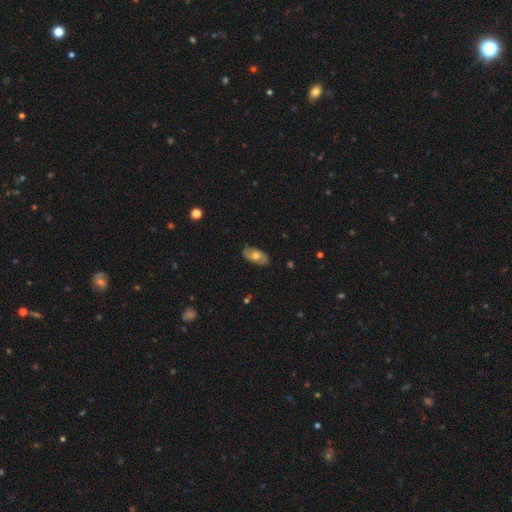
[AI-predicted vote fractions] Morphology: type=smooth (52%); roundness=in between (92%); merging=none (84%).